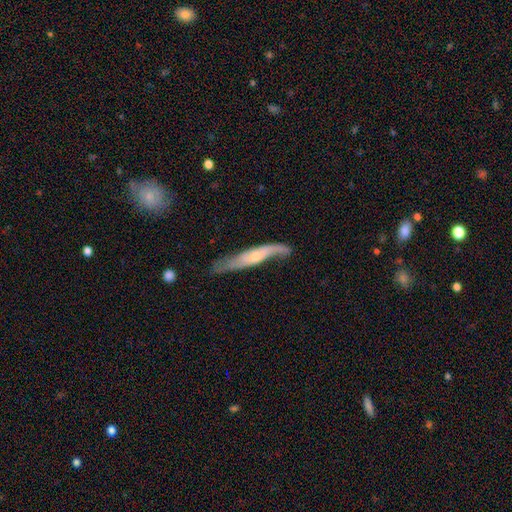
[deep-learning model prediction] Q: Smooth or featured?
A: featured or disk (66%); runner-up: smooth (29%)
Q: Edge-on disk?
A: yes (52%); runner-up: no (48%)
Q: Merging?
A: none (55%); runner-up: minor disturbance (29%)